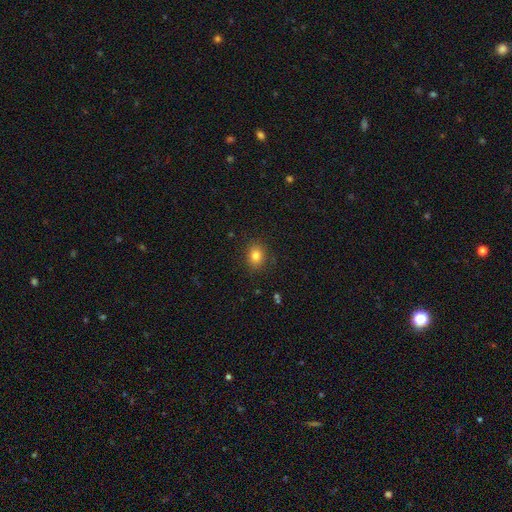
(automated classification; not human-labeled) A smooth galaxy with no disk features (82%) that is round (58%).

Vote fractions:
- Smooth or featured? smooth: 82% / star or artifact: 12% / featured or disk: 6%
- How rounded? round: 58% / in between: 41% / cigar-shaped: 1%
- Merging? none: 87% / minor disturbance: 9% / major disturbance: 3% / merger: 1%